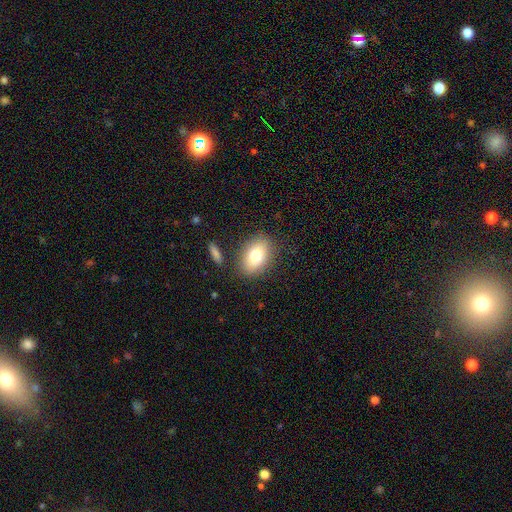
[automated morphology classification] Overall: smooth (77%). How rounded: in between (83%). Merging: none (83%).